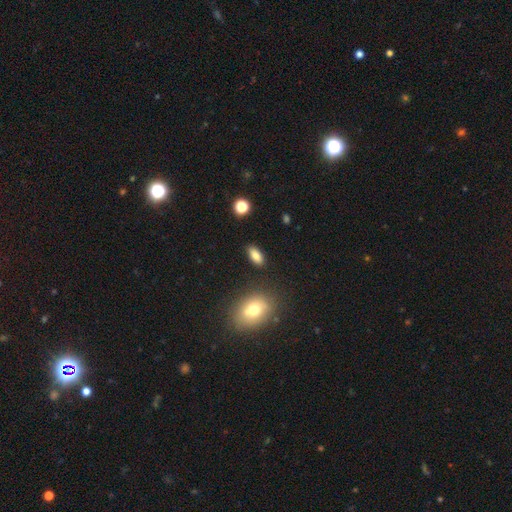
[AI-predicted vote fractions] Q: Smooth or featured?
A: smooth (82%); runner-up: star or artifact (9%)
Q: How rounded?
A: in between (86%); runner-up: cigar-shaped (10%)
Q: Merging?
A: none (87%); runner-up: minor disturbance (9%)